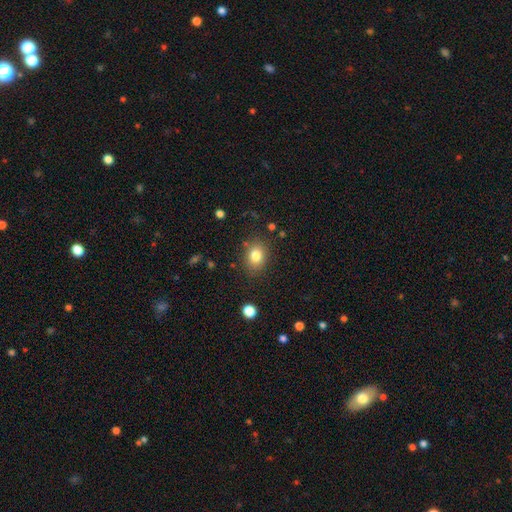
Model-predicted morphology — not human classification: This is clearly a smooth galaxy (81%). How rounded: possibly in between (54%). Merging: clearly none (82%).